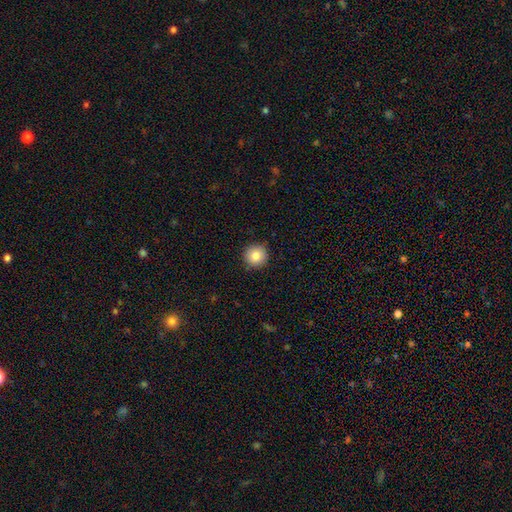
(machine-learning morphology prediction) Q: Smooth or featured?
A: smooth (85%); runner-up: star or artifact (9%)
Q: How rounded?
A: round (94%); runner-up: in between (5%)
Q: Merging?
A: none (91%); runner-up: minor disturbance (6%)